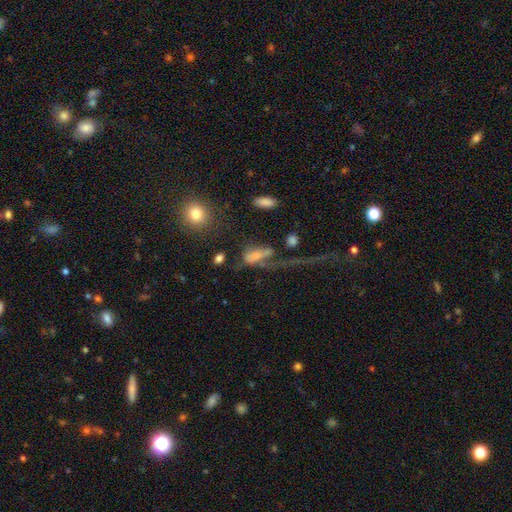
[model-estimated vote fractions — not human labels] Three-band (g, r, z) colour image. It shows a smooth galaxy with no disk features (56%) that is in between round and cigar-shaped (76%). Merging: major disturbance (50%).